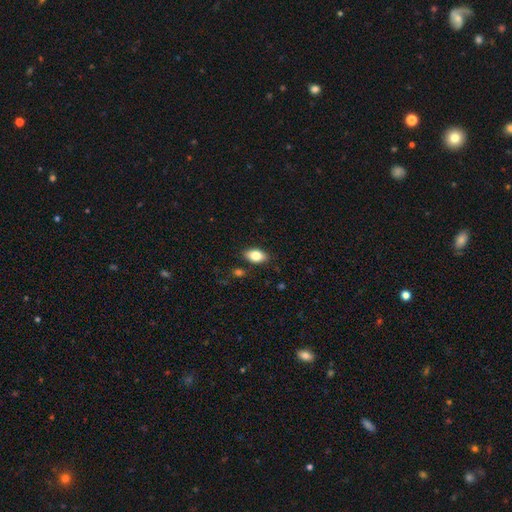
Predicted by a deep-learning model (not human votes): The model was most divided on "smooth or featured": smooth: 82%, featured or disk: 10%, star or artifact: 8%. More confident: how rounded — in between (90%); merging — none (85%).